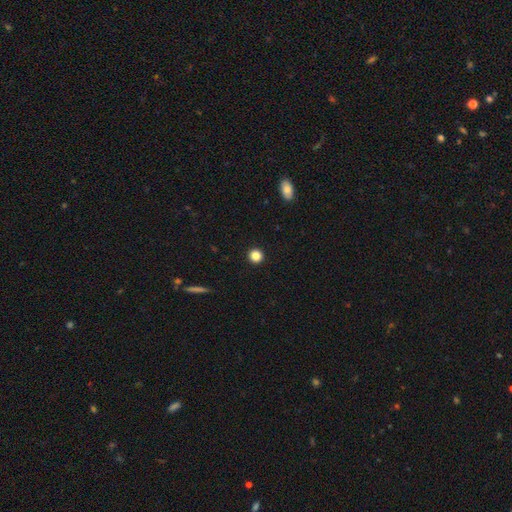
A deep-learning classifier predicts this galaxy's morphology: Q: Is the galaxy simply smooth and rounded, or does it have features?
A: smooth — 85%.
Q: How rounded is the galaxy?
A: round — 95%.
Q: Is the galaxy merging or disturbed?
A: none — 94%.